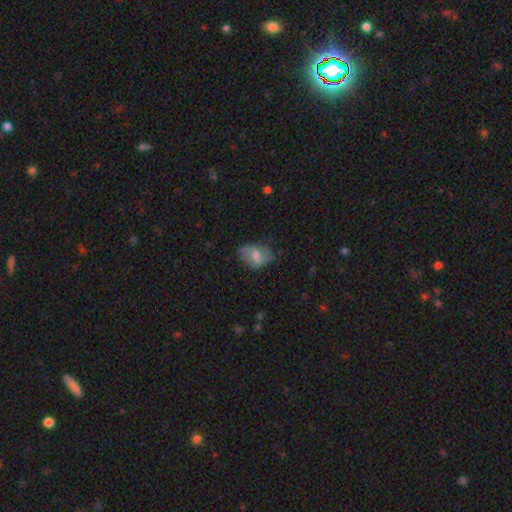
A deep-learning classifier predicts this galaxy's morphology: type=smooth (55%); roundness=in between (80%); merging=none (62%).